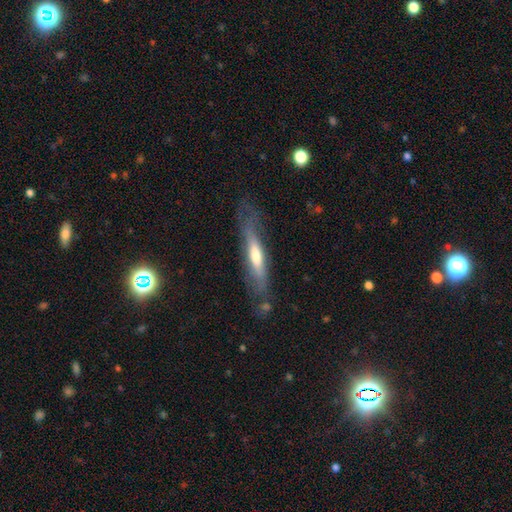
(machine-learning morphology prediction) type=featured or disk (52%); edge-on=yes (71%); merging=none (66%).